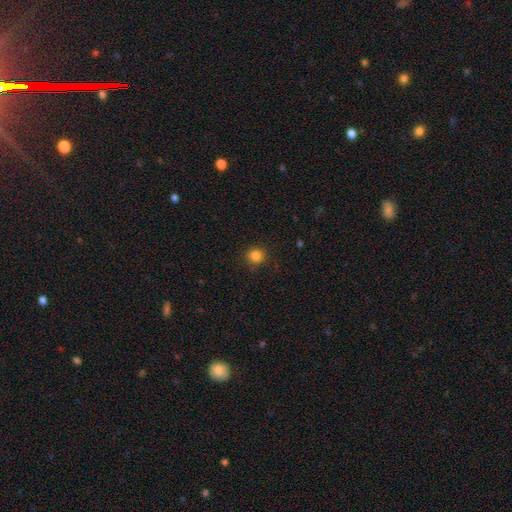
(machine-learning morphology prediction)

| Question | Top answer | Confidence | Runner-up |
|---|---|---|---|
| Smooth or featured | smooth | 83% | star or artifact (13%) |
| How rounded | round | 94% | in between (5%) |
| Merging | none | 89% | minor disturbance (8%) |